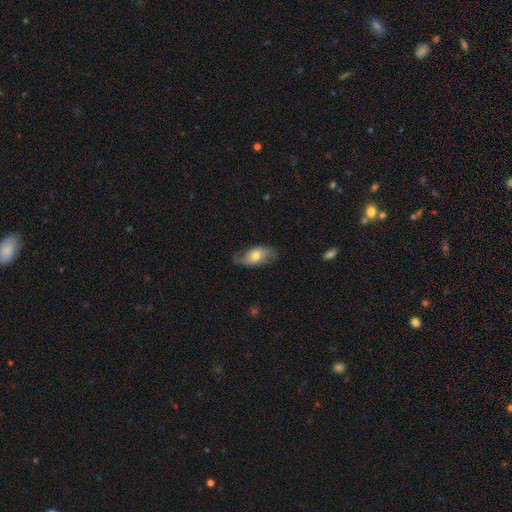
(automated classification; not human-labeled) Overall: smooth (48%; featured or disk 45%). Merging: none (67%).